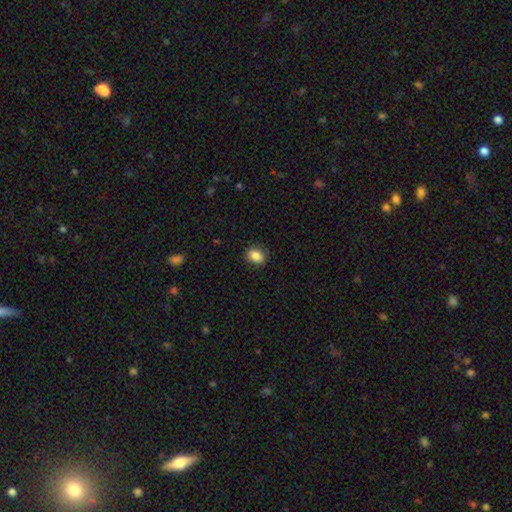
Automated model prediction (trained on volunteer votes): Smooth or featured?
  - smooth: 86% *
  - star or artifact: 9%
  - featured or disk: 5%
How rounded?
  - in between: 50% *
  - round: 49%
  - cigar-shaped: 1%
Merging?
  - none: 89% *
  - minor disturbance: 8%
  - major disturbance: 2%
  - merger: 1%